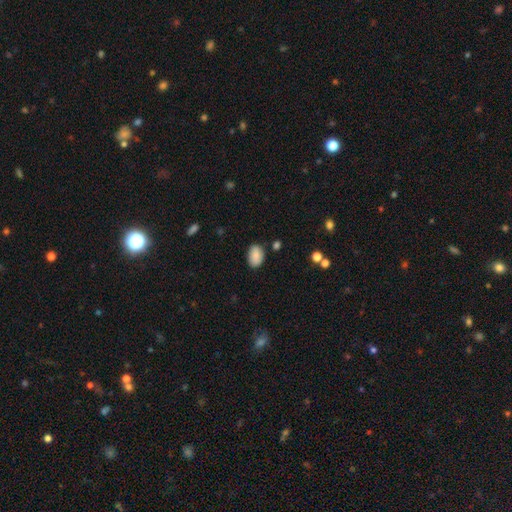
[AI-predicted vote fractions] The model was most divided on "merging": none: 79%, minor disturbance: 15%, major disturbance: 3%, merger: 3%. More confident: how rounded — in between (89%); smooth or featured — smooth (87%).